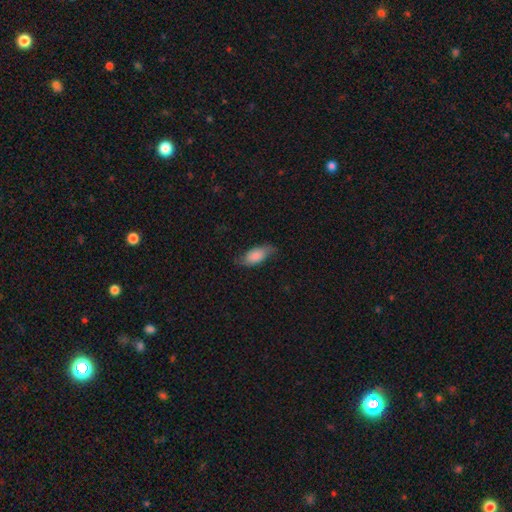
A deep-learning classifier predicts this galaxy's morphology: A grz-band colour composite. It shows a smooth galaxy with no disk features (76%) that is in between round and cigar-shaped (87%). Merging: none (66%).